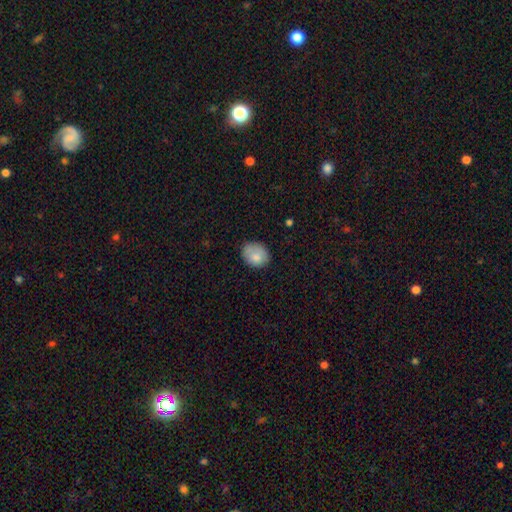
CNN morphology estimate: smooth-or-featured: smooth: 80% | featured or disk: 12% | star or artifact: 8%
  how-rounded: in between: 50% | round: 49% | cigar-shaped: 1%
  merging: none: 66% | minor disturbance: 25% | major disturbance: 7% | merger: 2%